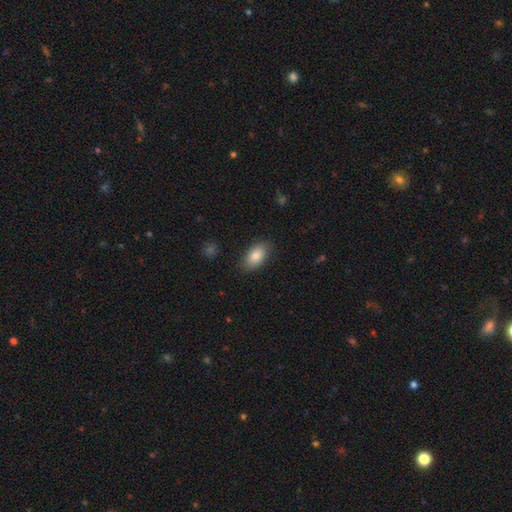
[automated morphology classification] smooth-or-featured: smooth: 86% | featured or disk: 8% | star or artifact: 7%
  how-rounded: in between: 92% | round: 5% | cigar-shaped: 3%
  merging: none: 85% | minor disturbance: 11% | major disturbance: 3% | merger: 1%